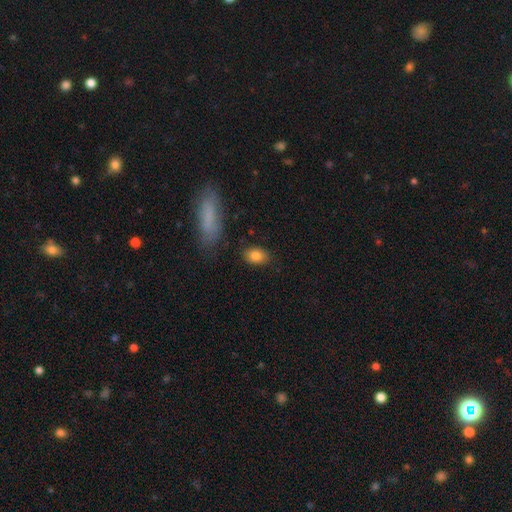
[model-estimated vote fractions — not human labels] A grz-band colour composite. It shows a smooth galaxy with no disk features (83%) that is in between round and cigar-shaped (84%). Merging: none (84%).